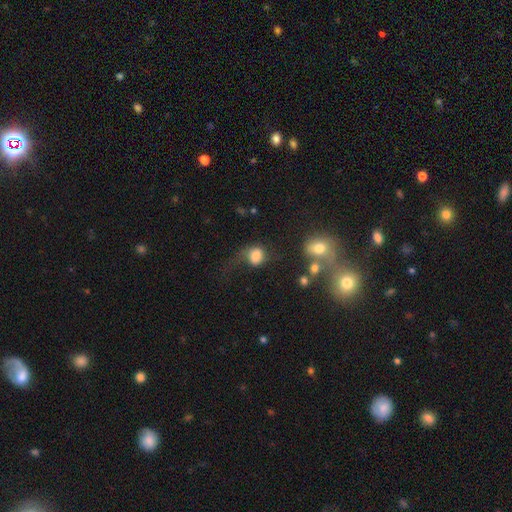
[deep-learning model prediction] smooth-or-featured: smooth: 72% | featured or disk: 18% | star or artifact: 10%
  how-rounded: round: 60% | in between: 39% | cigar-shaped: 1%
  merging: major disturbance: 39% | none: 30% | minor disturbance: 22% | merger: 8%